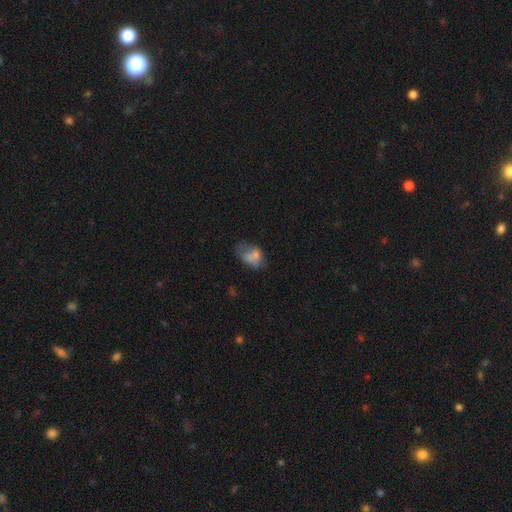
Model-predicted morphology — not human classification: A smooth galaxy with no disk features (63%) that is in between round and cigar-shaped (81%). Merging: none (33%).